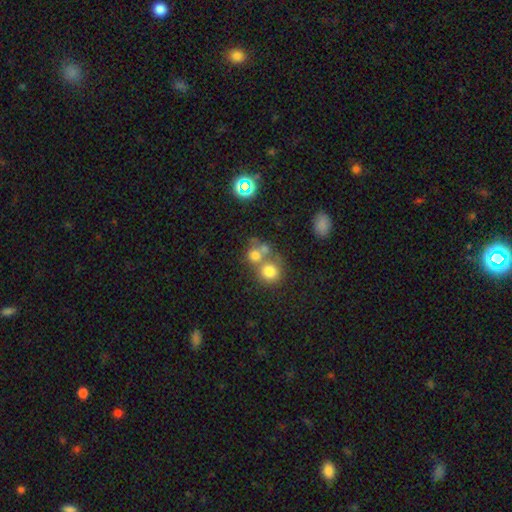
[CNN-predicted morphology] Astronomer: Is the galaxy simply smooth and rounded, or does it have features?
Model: smooth — 69%.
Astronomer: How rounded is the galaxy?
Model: round — 83%.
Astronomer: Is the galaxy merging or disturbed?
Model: merger — 45% (runner-up: none, 42%).